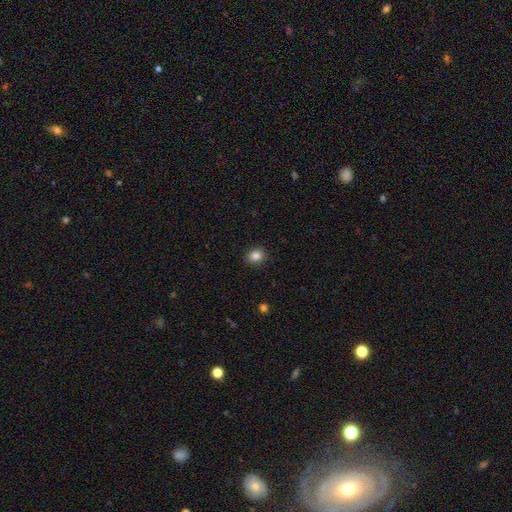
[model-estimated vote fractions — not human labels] A smooth galaxy with no disk features (85%) that is round (70%).

Vote fractions:
- Smooth or featured? smooth: 85% / star or artifact: 11% / featured or disk: 5%
- How rounded? round: 70% / in between: 29% / cigar-shaped: 1%
- Merging? none: 91% / minor disturbance: 6% / major disturbance: 2% / merger: 1%